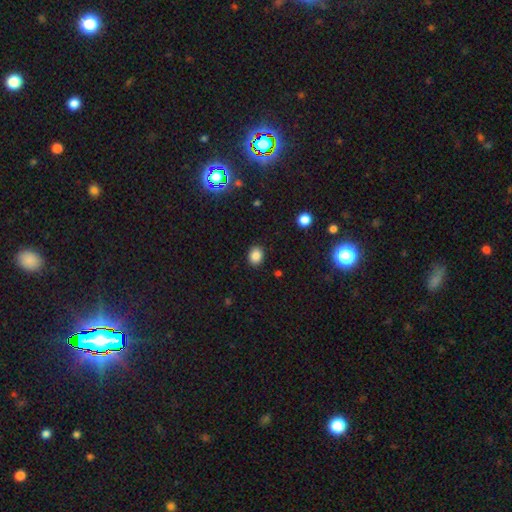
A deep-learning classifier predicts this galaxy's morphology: Smooth or featured: smooth — 86% (star or artifact — 11%)
How rounded: in between — 51% (round — 48%)
Merging: none — 89% (minor disturbance — 8%)